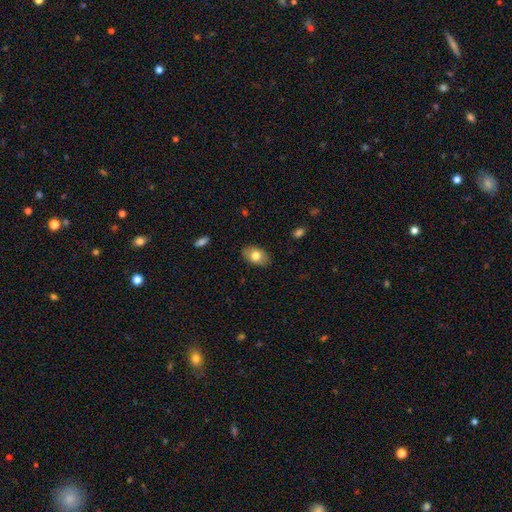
Smooth or featured: smooth — 72% (featured or disk — 25%)
How rounded: in between — 90% (round — 10%)
Merging: none — 90% (minor disturbance — 8%)